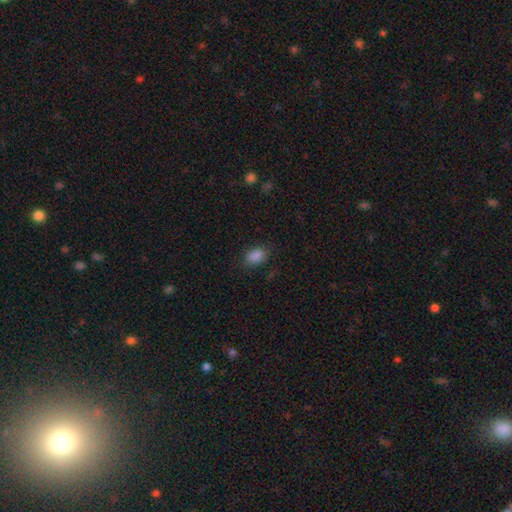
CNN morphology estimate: Smooth or featured? smooth (87%)
How rounded? in between (80%)
Merging? none (82%)